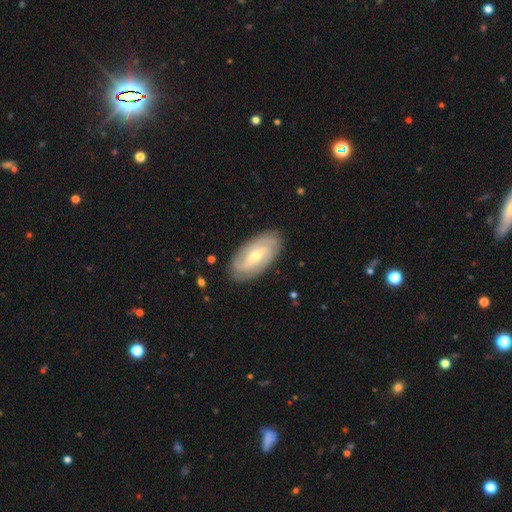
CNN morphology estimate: featured or disk 76%, smooth 19%, star or artifact 5%. Down the decision tree: edge-on disk — no (93%); bar — weak (44%); spiral arms — yes (91%); spiral arm count — 2 (39%); spiral winding — tight (50%); bulge size — small (55%); merging — none (84%).